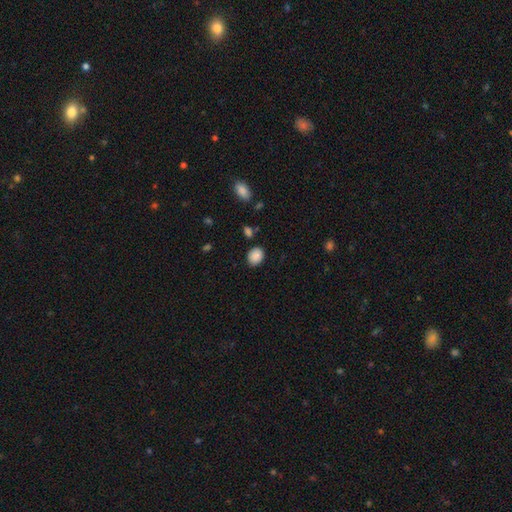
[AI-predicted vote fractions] Smooth or featured: smooth — 89% (star or artifact — 8%)
How rounded: in between — 55% (round — 44%)
Merging: none — 84% (minor disturbance — 11%)